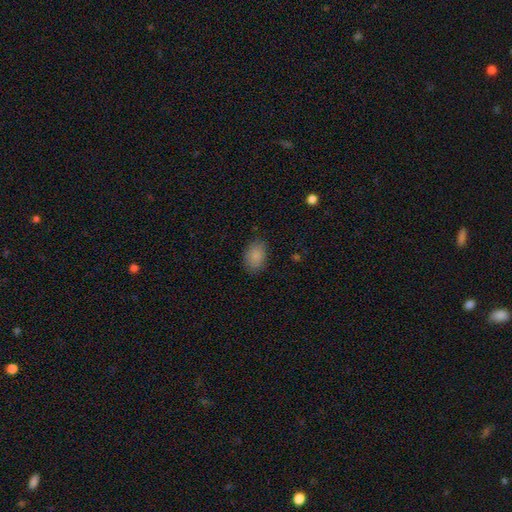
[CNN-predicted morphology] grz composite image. It shows a smooth galaxy with no disk features (87%) that is in between round and cigar-shaped (83%). Merging: none (83%).